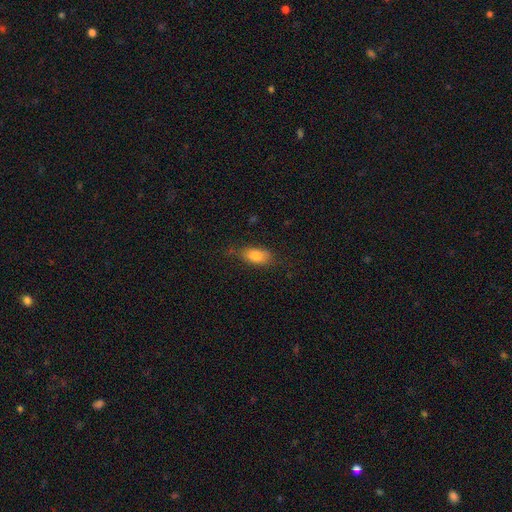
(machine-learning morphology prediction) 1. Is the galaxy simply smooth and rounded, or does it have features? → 81% smooth, 11% featured or disk, 8% star or artifact.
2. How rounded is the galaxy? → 86% in between, 9% cigar-shaped, 5% round.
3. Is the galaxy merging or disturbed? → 65% none, 25% minor disturbance, 9% major disturbance, 2% merger.